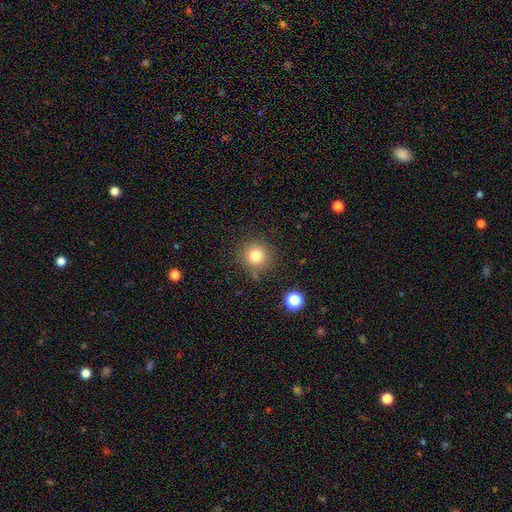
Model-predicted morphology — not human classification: smooth 79%, star or artifact 13%, featured or disk 8%. Down the decision tree: how rounded — round (93%); merging — none (83%).